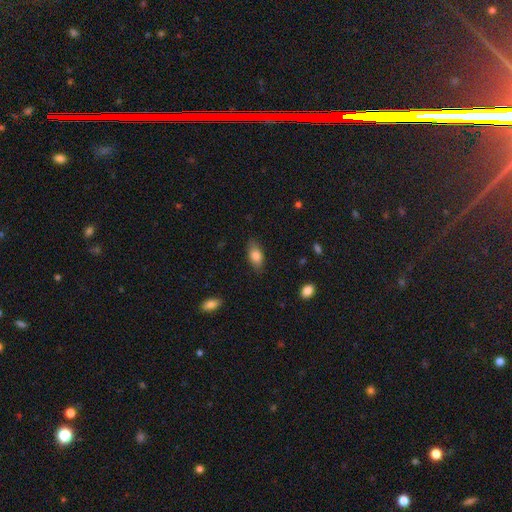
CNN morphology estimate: smooth-or-featured: smooth: 81% | featured or disk: 12% | star or artifact: 7%
  how-rounded: in between: 88% | cigar-shaped: 7% | round: 5%
  merging: none: 82% | minor disturbance: 14% | major disturbance: 3% | merger: 1%